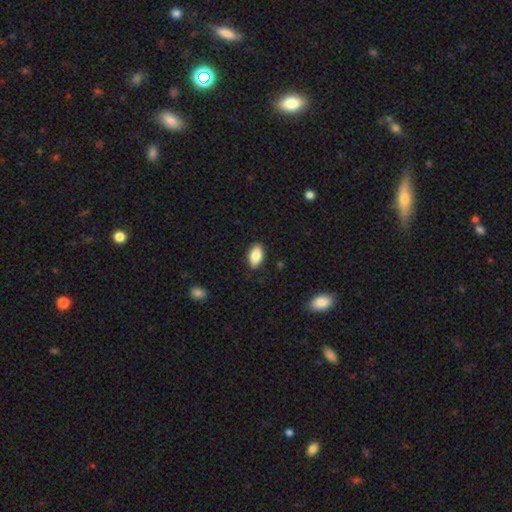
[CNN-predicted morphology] Q: Smooth or featured?
A: smooth (84%); runner-up: featured or disk (9%)
Q: How rounded?
A: in between (91%); runner-up: cigar-shaped (5%)
Q: Merging?
A: none (87%); runner-up: minor disturbance (10%)